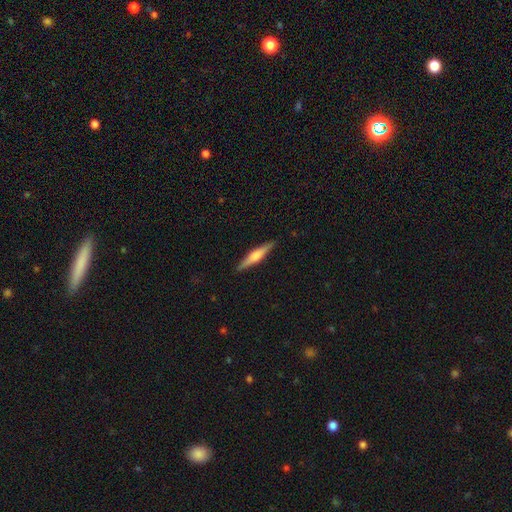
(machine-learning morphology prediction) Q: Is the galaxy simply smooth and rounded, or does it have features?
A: featured or disk — 54%.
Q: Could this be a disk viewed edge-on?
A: yes — 97%.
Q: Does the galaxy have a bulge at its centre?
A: rounded — 75%.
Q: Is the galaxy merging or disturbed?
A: none — 90%.